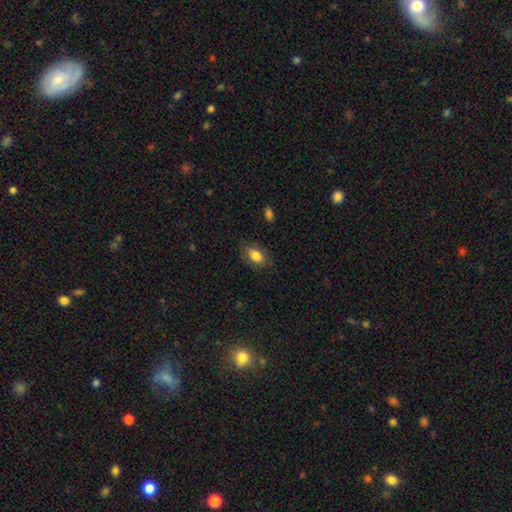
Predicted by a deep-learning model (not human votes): smooth_or_featured: smooth (p=0.83) [alt: featured or disk p=0.09]
how_rounded: in between (p=0.87) [alt: round p=0.11]
merging: none (p=0.79) [alt: minor disturbance p=0.15]